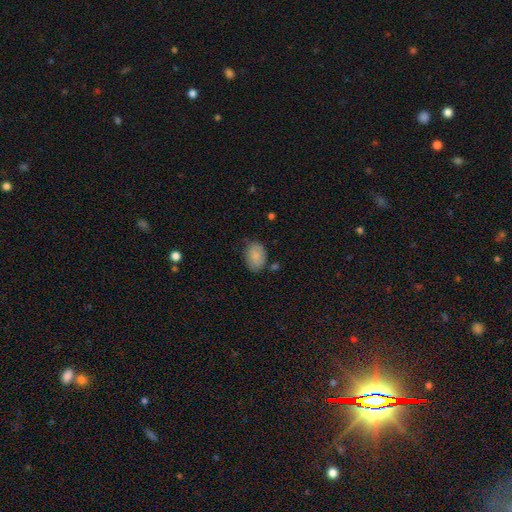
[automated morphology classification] smooth 84%, featured or disk 9%, star or artifact 7%. Down the decision tree: how rounded — in between (84%); merging — none (72%).